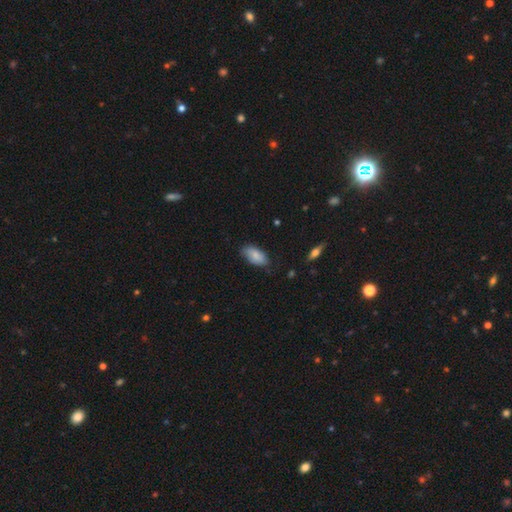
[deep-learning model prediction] A smooth galaxy with no disk features (82%) that is in between round and cigar-shaped (93%).

Vote fractions:
- Smooth or featured? smooth: 82% / featured or disk: 12% / star or artifact: 6%
- How rounded? in between: 93% / cigar-shaped: 5% / round: 3%
- Merging? none: 71% / minor disturbance: 24% / major disturbance: 3% / merger: 1%